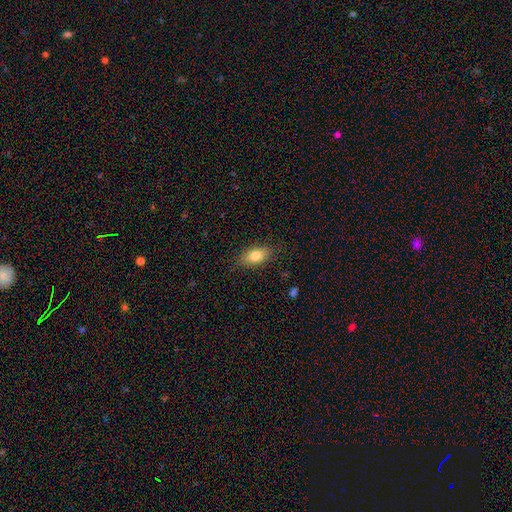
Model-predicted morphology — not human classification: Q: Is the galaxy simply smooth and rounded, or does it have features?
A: smooth — 80%.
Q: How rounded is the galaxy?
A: in between — 87%.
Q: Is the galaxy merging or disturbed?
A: none — 84%.